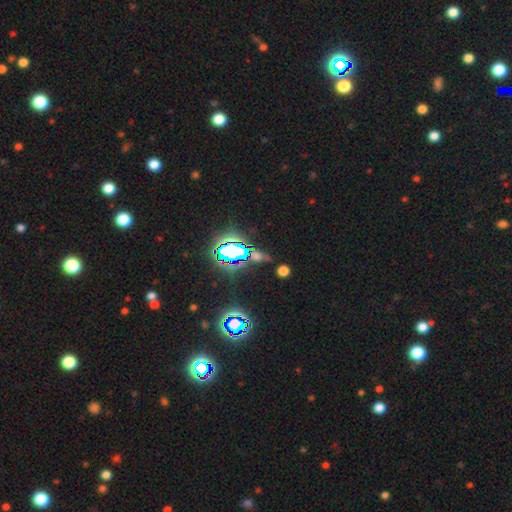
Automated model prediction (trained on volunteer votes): Smooth or featured? Predicted: star or artifact (p=0.59).